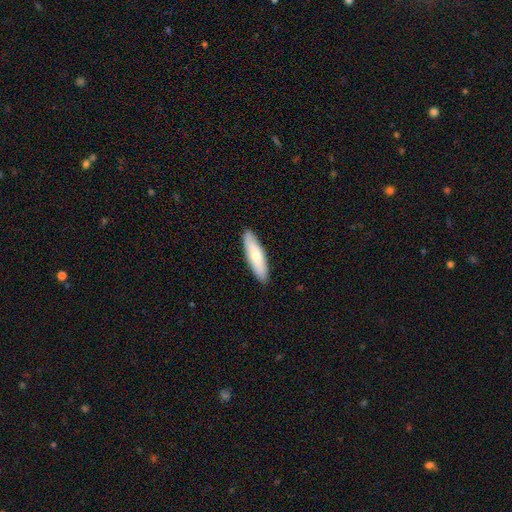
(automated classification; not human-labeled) Morphology: type=smooth (71%); roundness=cigar-shaped (67%); merging=none (89%).